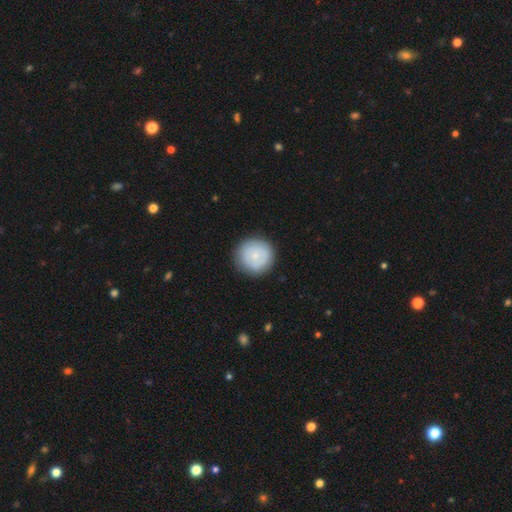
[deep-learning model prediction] smooth_or_featured: smooth (p=0.69) [alt: featured or disk p=0.25]
how_rounded: round (p=0.95) [alt: in between p=0.04]
merging: none (p=0.85) [alt: minor disturbance p=0.10]